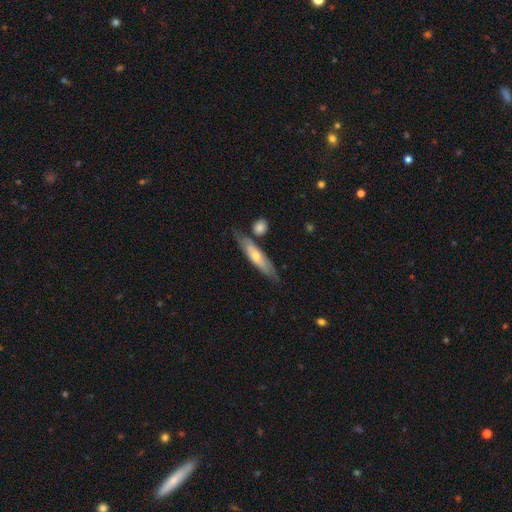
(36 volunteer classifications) smooth-or-featured: featured or disk: 67% | smooth: 33% | star or artifact: 0%
  disk-edge-on: yes: 50% (tied) | no: 50% (tied)
    edge-on-bulge: rounded: 75% | none: 25% | boxy: 0%
  merging: none: 78% | minor disturbance: 14% | merger: 6% | major disturbance: 3%